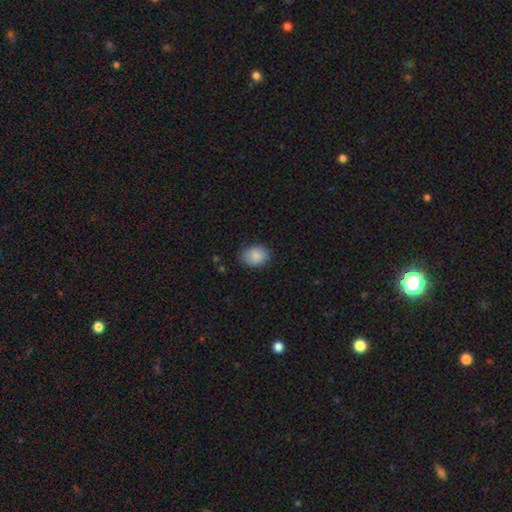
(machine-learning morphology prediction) Smooth or featured?
  - smooth: 88% *
  - star or artifact: 7%
  - featured or disk: 5%
How rounded?
  - in between: 57% *
  - round: 42%
  - cigar-shaped: 1%
Merging?
  - none: 81% *
  - minor disturbance: 15%
  - major disturbance: 3%
  - merger: 1%